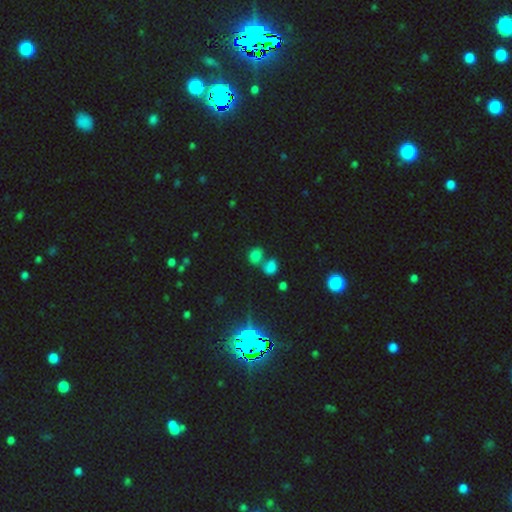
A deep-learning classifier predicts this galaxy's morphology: The model was most divided on "merging": merger: 52%, none: 35%, minor disturbance: 9%, major disturbance: 5%. More confident: smooth or featured — smooth (70%); how rounded — in between (58%).